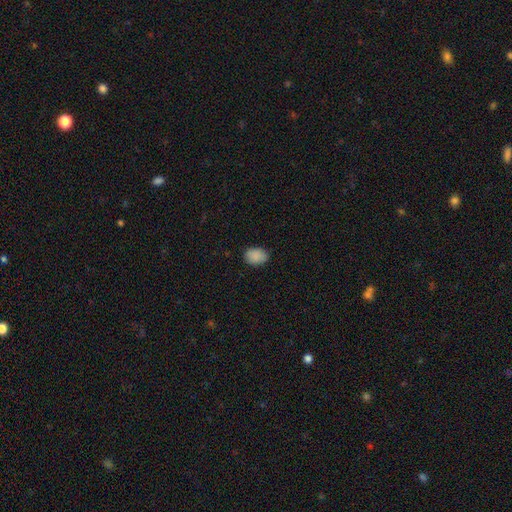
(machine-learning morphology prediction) smooth 89%, star or artifact 8%, featured or disk 3%. Down the decision tree: how rounded — in between (71%); merging — none (83%).